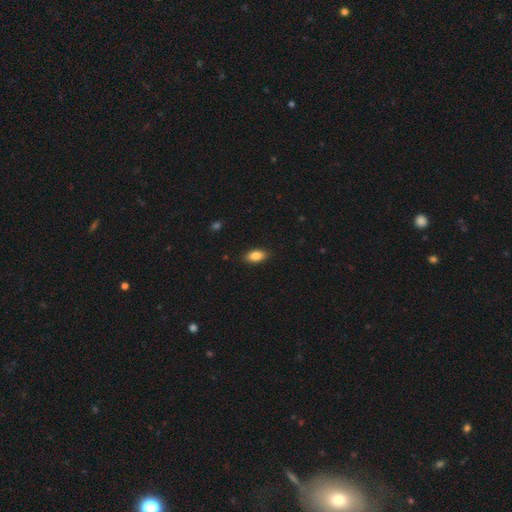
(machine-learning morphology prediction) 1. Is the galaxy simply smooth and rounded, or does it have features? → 87% smooth, 8% star or artifact, 6% featured or disk.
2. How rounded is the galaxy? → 90% in between, 5% cigar-shaped, 5% round.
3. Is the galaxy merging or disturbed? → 88% none, 9% minor disturbance, 2% major disturbance, 1% merger.